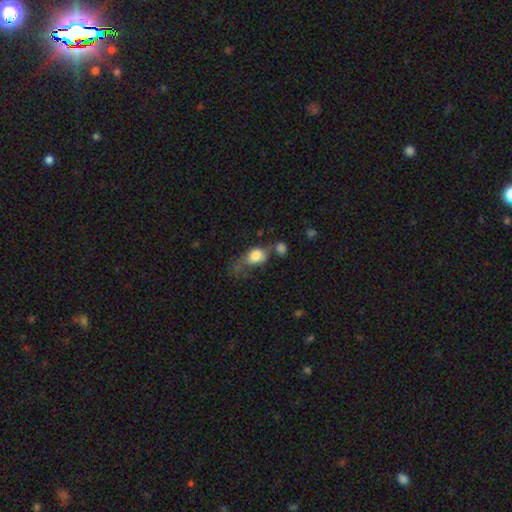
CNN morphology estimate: Smooth or featured: smooth — 75% (featured or disk — 17%)
How rounded: in between — 64% (round — 33%)
Merging: major disturbance — 32% (merger — 28%)